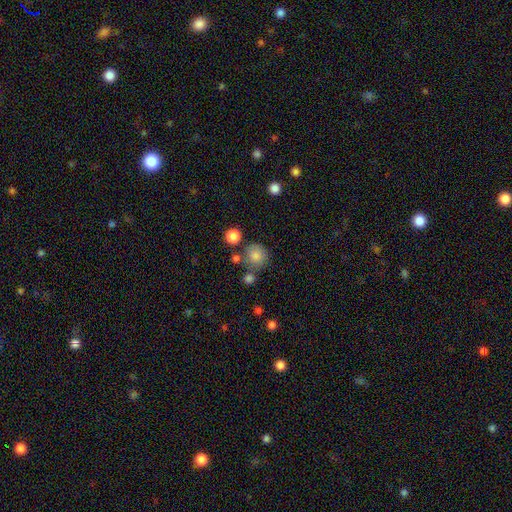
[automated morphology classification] smooth 81%, star or artifact 12%, featured or disk 7%. Down the decision tree: how rounded — round (89%); merging — none (72%).